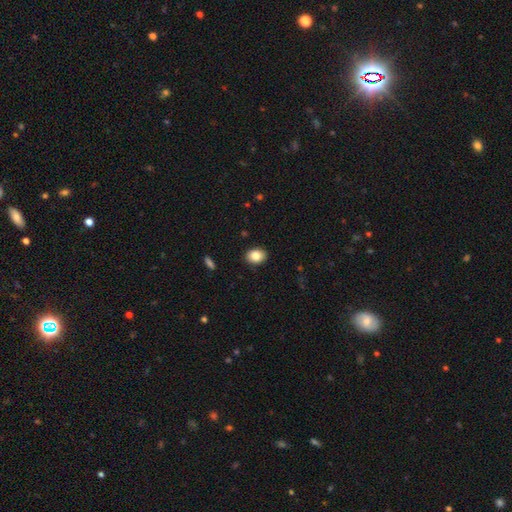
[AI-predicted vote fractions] Smooth or featured? Predicted: smooth (p=0.85). How rounded? Predicted: in between (p=0.73). Merging? Predicted: none (p=0.90).